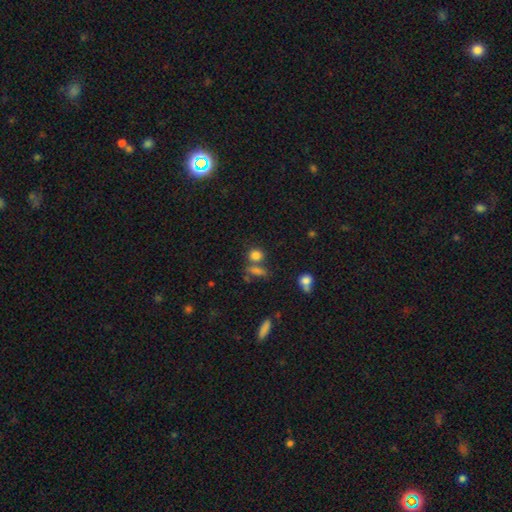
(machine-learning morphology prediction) smooth 80%, star or artifact 14%, featured or disk 6%. Down the decision tree: how rounded — round (68%); merging — none (57%).